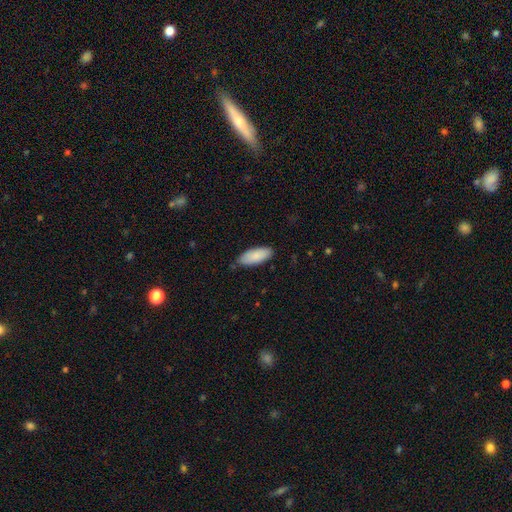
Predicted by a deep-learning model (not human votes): smooth_or_featured: smooth (p=0.87) [alt: featured or disk p=0.07]
how_rounded: in between (p=0.81) [alt: cigar-shaped p=0.18]
merging: none (p=0.80) [alt: minor disturbance p=0.16]